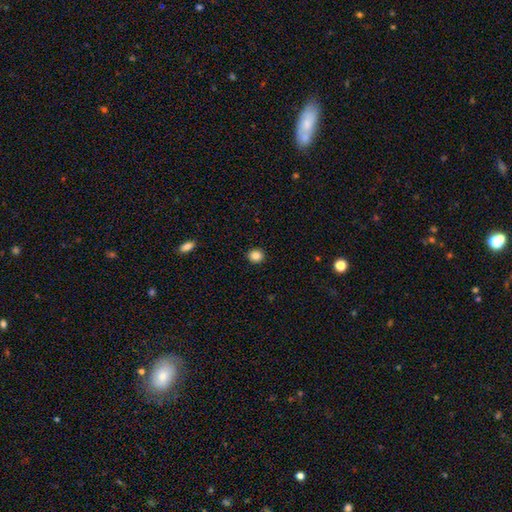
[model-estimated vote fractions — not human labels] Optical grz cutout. It shows a smooth galaxy with no disk features (85%) that is round (88%). Merging: none (92%).